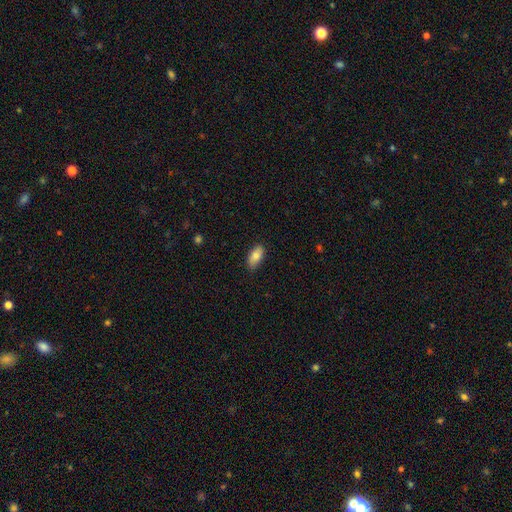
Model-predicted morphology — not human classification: The model was most divided on "smooth or featured": smooth: 83%, featured or disk: 11%, star or artifact: 7%. More confident: how rounded — in between (91%); merging — none (86%).